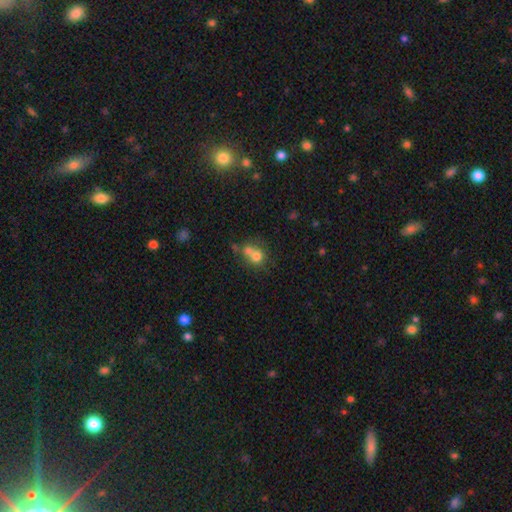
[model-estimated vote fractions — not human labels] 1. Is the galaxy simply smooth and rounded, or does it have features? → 69% smooth, 18% featured or disk, 12% star or artifact.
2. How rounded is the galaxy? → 73% round, 26% in between, 1% cigar-shaped.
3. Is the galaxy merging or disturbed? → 55% merger, 31% none, 9% minor disturbance, 5% major disturbance.